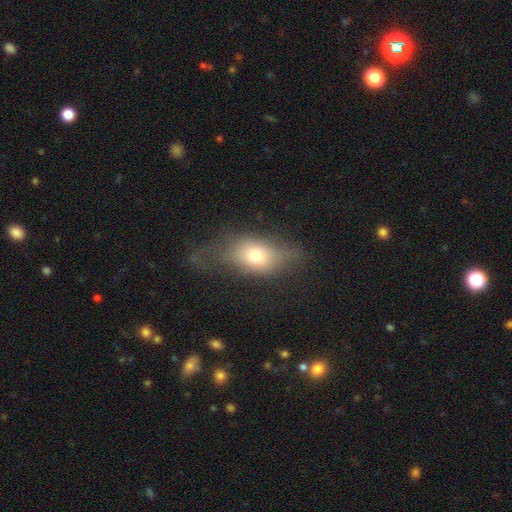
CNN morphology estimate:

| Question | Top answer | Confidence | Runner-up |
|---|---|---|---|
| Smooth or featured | smooth | 65% | featured or disk (24%) |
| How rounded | in between | 75% | round (17%) |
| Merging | none | 44% | minor disturbance (28%) |